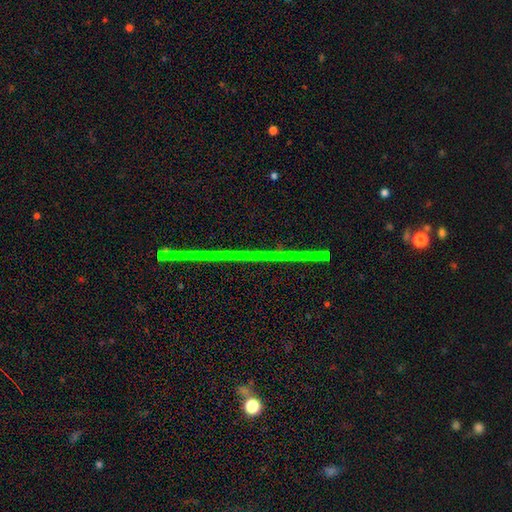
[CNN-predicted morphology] This appears to be a star or artifact, not a galaxy (82%).